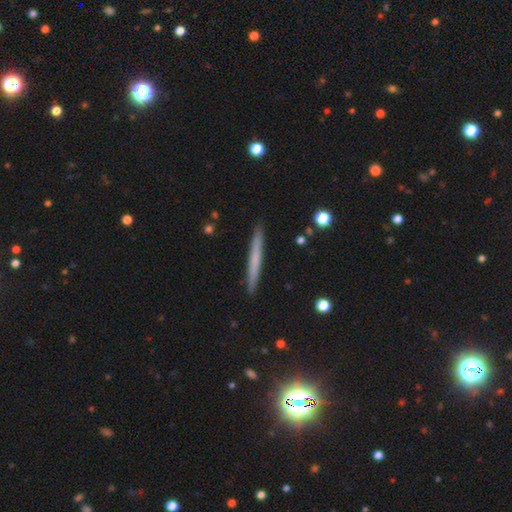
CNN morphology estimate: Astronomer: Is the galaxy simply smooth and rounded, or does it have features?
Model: smooth — 57% (runner-up: featured or disk, 36%).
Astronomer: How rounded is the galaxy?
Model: cigar-shaped — 97%.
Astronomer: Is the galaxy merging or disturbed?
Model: none — 91%.